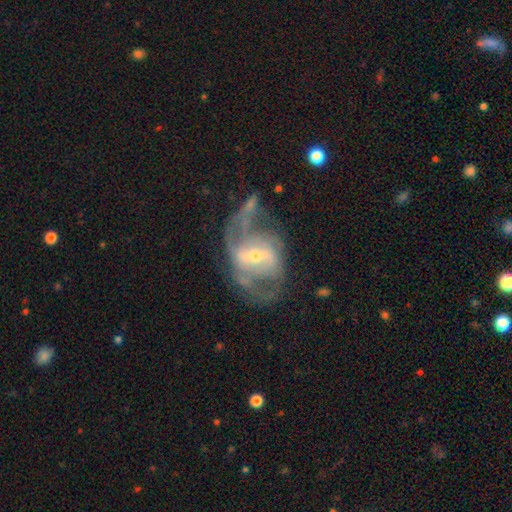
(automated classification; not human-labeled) featured or disk 82%, smooth 11%, star or artifact 7%. Down the decision tree: edge-on disk — no (96%); bar — weak (40%); spiral arms — yes (83%); spiral arm count — 2 (66%); spiral winding — medium (45%); bulge size — small (67%); merging — none (41%).